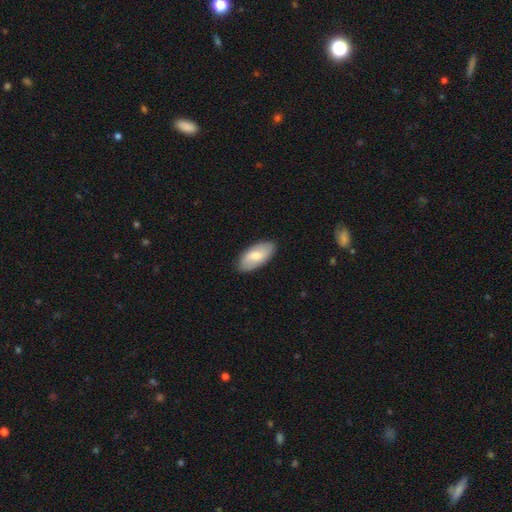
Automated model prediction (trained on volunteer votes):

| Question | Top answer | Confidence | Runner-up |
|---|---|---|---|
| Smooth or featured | smooth | 72% | featured or disk (23%) |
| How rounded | in between | 93% | cigar-shaped (4%) |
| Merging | none | 87% | minor disturbance (10%) |